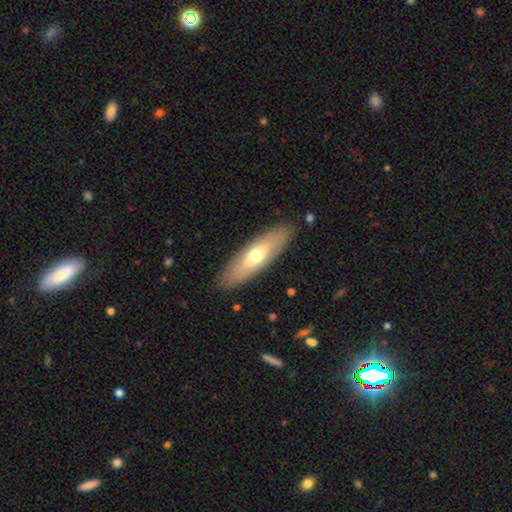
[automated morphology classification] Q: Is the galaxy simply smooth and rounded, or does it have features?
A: smooth — 56%.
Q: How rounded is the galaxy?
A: in between — 49%, tied with cigar-shaped.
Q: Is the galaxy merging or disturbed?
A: none — 87%.